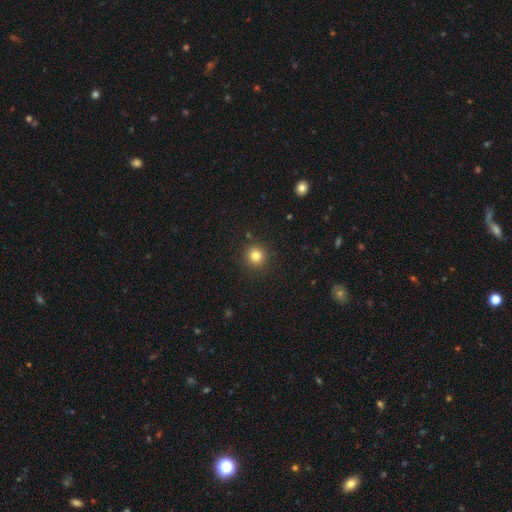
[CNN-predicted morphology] This appears to be a smooth galaxy with no disk features (82%) that is round (93%). Merging: none (90%).